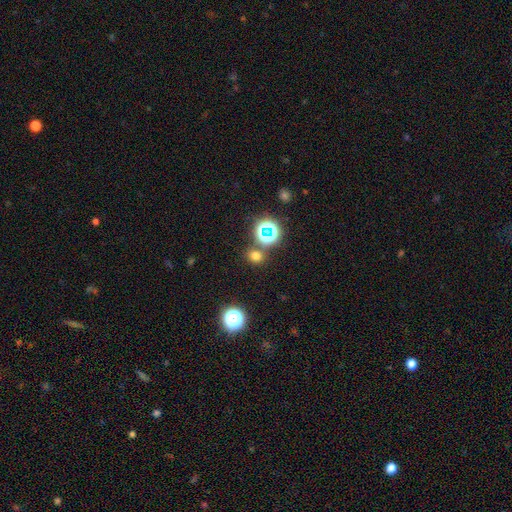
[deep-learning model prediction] A smooth galaxy with no disk features (65%) that is round (76%).

Vote fractions:
- Smooth or featured? smooth: 65% / star or artifact: 28% / featured or disk: 6%
- How rounded? round: 76% / in between: 22% / cigar-shaped: 1%
- Merging? none: 78% / merger: 11% / minor disturbance: 8% / major disturbance: 3%